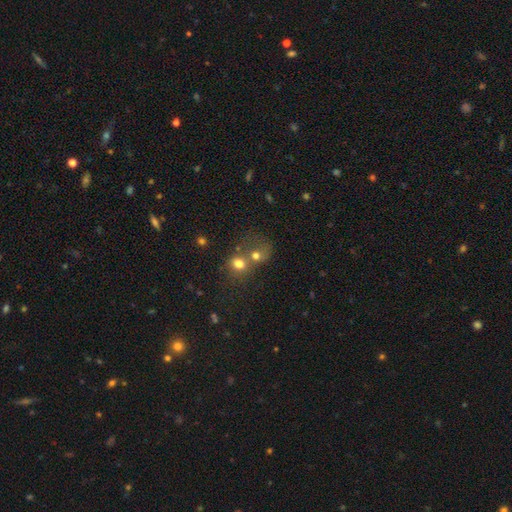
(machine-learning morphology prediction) Overall: smooth (69%). How rounded: round (70%). Merging: merger (64%).